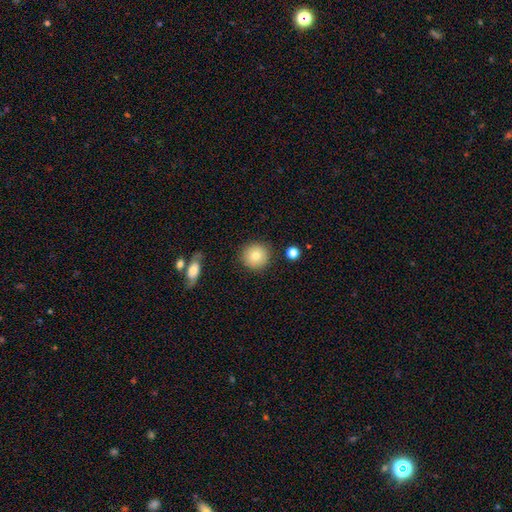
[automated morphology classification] smooth 81%, featured or disk 10%, star or artifact 9%. Down the decision tree: how rounded — round (94%); merging — none (87%).